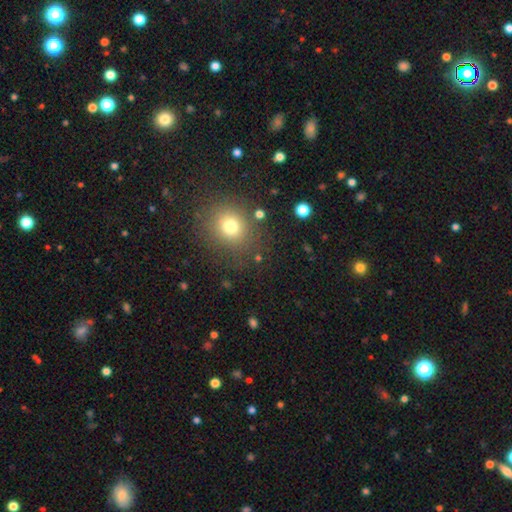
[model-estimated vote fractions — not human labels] Smooth or featured? Predicted: smooth (p=0.69). How rounded? Predicted: round (p=0.80). Merging? Predicted: none (p=0.88).